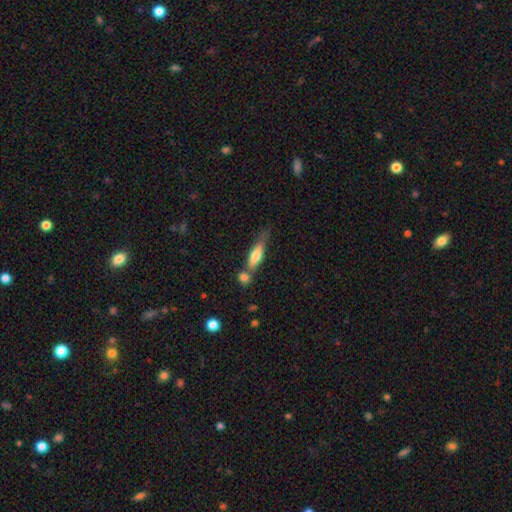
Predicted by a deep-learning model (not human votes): Smooth or featured?
  - smooth: 60% *
  - featured or disk: 34%
  - star or artifact: 7%
How rounded?
  - cigar-shaped: 64% *
  - in between: 34%
  - round: 3%
Merging?
  - none: 43% *
  - merger: 33%
  - minor disturbance: 18%
  - major disturbance: 7%